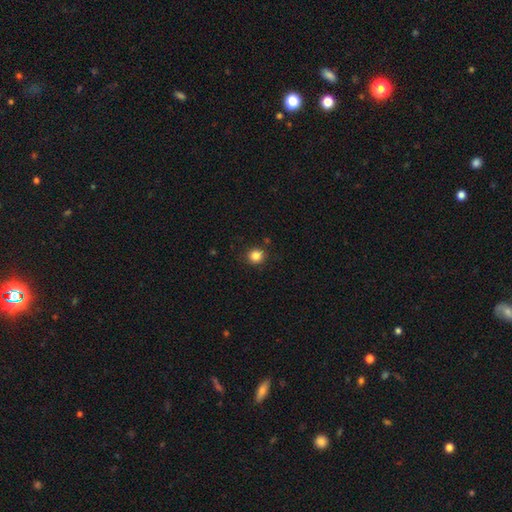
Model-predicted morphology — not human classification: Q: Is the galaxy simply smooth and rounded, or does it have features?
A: smooth — 84%.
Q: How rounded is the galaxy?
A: round — 89%.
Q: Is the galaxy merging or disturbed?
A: none — 90%.